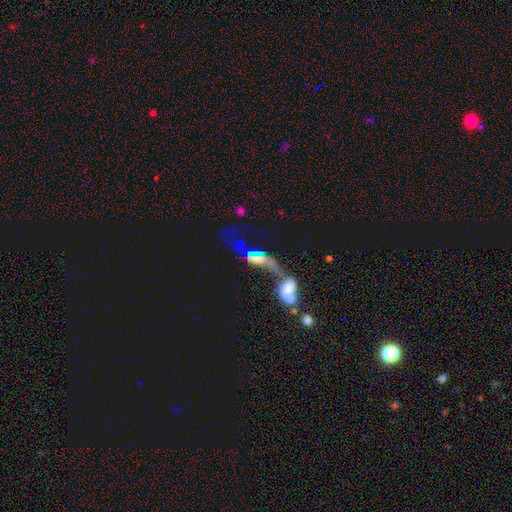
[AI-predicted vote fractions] This is possibly a featured or disk galaxy (48%). Merging: likely merger (69%).